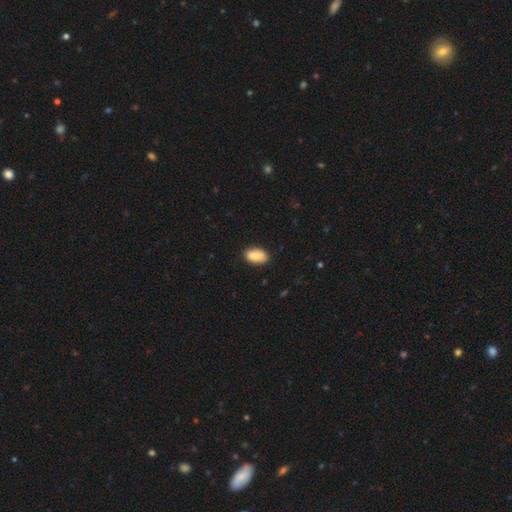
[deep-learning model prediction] This appears to be a smooth galaxy with no disk features (78%) that is in between round and cigar-shaped (91%). Merging: none (84%).